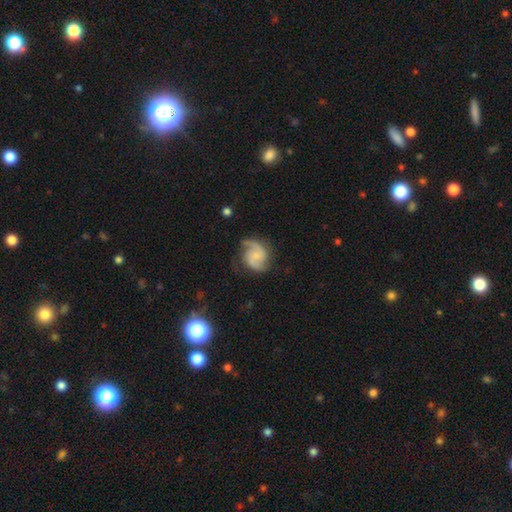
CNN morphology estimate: featured or disk 79%, smooth 15%, star or artifact 6%. Down the decision tree: edge-on disk — no (98%); bar — no (65%); spiral arms — yes (96%); spiral arm count — 2 (77%); spiral winding — medium (47%); bulge size — small (62%); merging — none (64%).